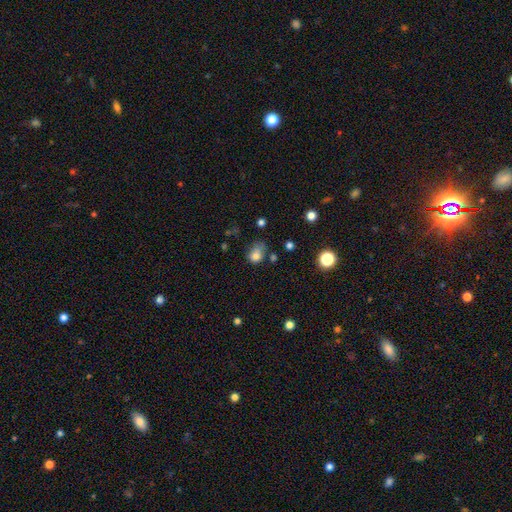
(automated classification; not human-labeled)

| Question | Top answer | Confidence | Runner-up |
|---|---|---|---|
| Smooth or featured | smooth | 77% | star or artifact (13%) |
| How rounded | in between | 54% | round (45%) |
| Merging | none | 34% | tied: minor disturbance (34%) |